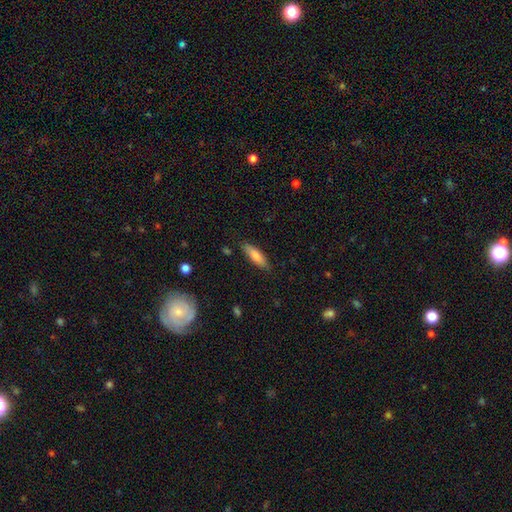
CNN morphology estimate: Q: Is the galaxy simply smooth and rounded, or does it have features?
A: smooth — 81%.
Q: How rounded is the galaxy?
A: cigar-shaped — 54%.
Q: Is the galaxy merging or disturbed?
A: none — 84%.